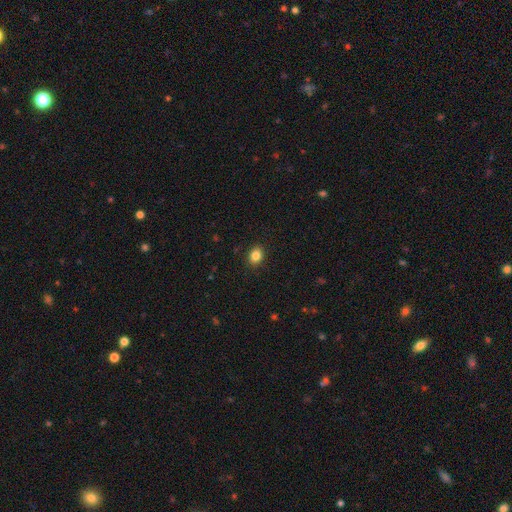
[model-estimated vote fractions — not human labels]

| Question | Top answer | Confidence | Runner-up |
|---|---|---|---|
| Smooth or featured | smooth | 85% | star or artifact (10%) |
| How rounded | in between | 59% | round (41%) |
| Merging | none | 90% | minor disturbance (7%) |